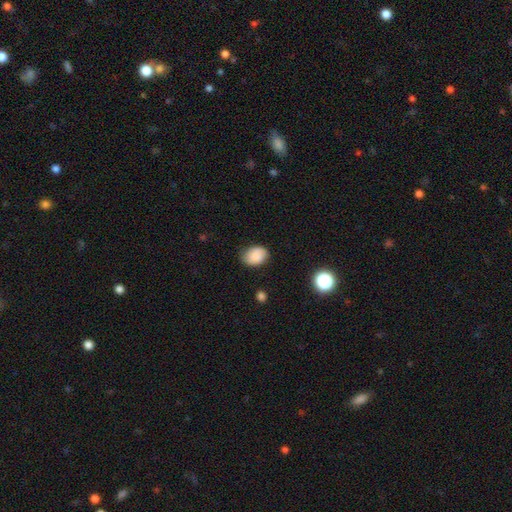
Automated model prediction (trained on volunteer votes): Morphology: type=smooth (81%); roundness=in between (68%); merging=none (72%).